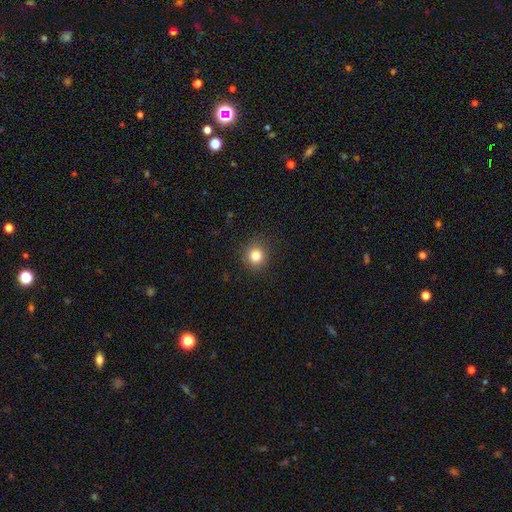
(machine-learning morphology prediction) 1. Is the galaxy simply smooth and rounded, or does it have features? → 82% smooth, 12% star or artifact, 6% featured or disk.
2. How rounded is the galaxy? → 90% round, 10% in between, 1% cigar-shaped.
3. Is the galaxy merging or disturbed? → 90% none, 7% minor disturbance, 2% major disturbance, 1% merger.